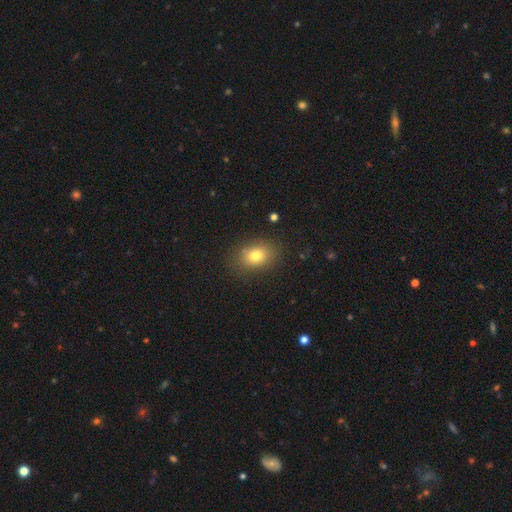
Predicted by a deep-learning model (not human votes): Q: Smooth or featured?
A: smooth (78%); runner-up: star or artifact (12%)
Q: How rounded?
A: in between (66%); runner-up: round (33%)
Q: Merging?
A: none (83%); runner-up: minor disturbance (12%)